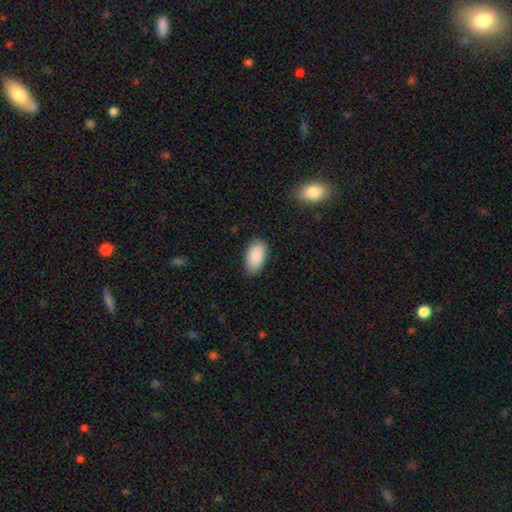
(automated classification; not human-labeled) smooth 91%, star or artifact 6%, featured or disk 3%. Down the decision tree: how rounded — in between (95%); merging — none (86%).